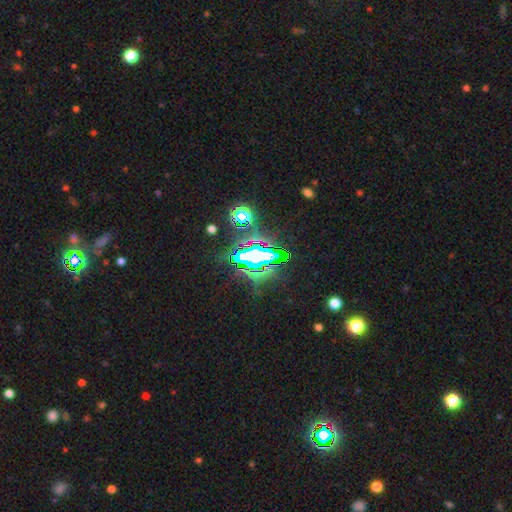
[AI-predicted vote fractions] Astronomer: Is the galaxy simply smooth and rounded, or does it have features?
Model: star or artifact — 73%.